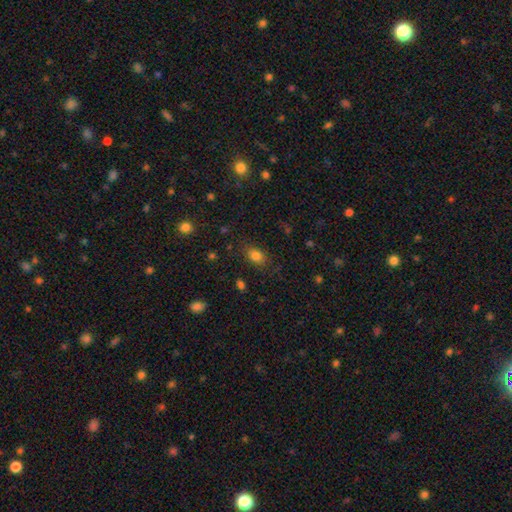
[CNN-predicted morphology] smooth-or-featured: smooth: 81% | star or artifact: 12% | featured or disk: 7%
  how-rounded: in between: 78% | round: 20% | cigar-shaped: 2%
  merging: none: 80% | minor disturbance: 14% | major disturbance: 4% | merger: 2%